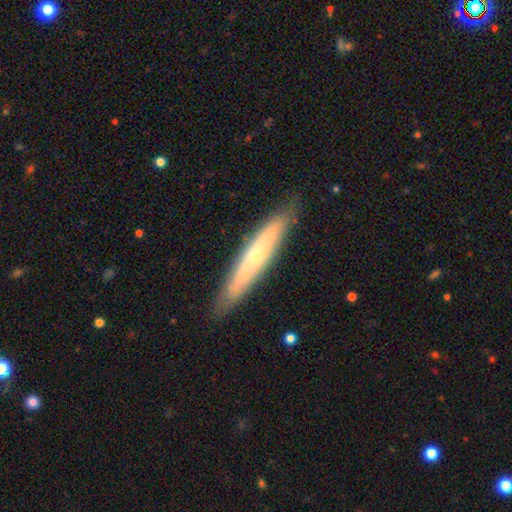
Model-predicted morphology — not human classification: A featured or disk galaxy (50%) viewed edge-on (82%). Merging: none (87%).